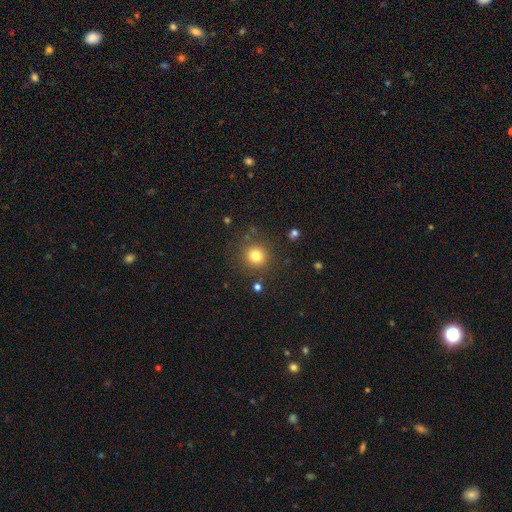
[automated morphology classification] The model was most divided on "smooth or featured": smooth: 80%, star or artifact: 13%, featured or disk: 7%. More confident: how rounded — round (93%); merging — none (86%).